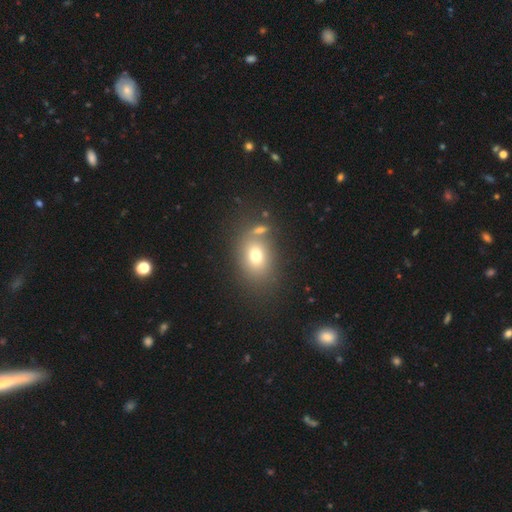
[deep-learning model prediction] smooth_or_featured: smooth (p=0.71) [alt: featured or disk p=0.15]
how_rounded: in between (p=0.61) [alt: round p=0.38]
merging: none (p=0.64) [alt: merger p=0.17]